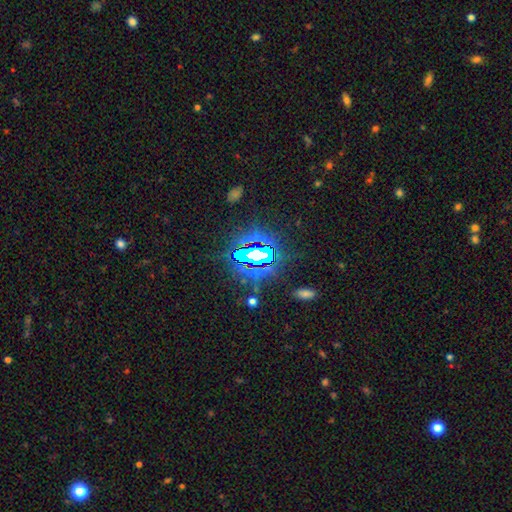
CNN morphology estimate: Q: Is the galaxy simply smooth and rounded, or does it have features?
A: star or artifact — 73%.